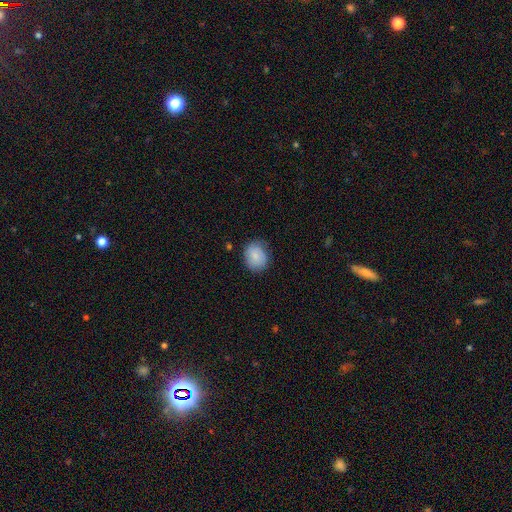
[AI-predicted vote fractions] Smooth or featured? smooth (84%)
How rounded? round (66%)
Merging? none (74%)